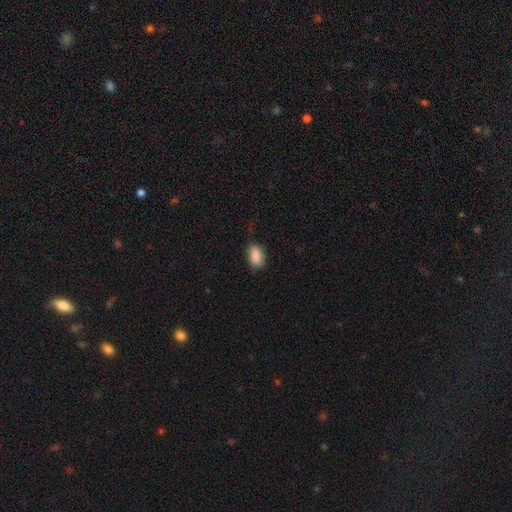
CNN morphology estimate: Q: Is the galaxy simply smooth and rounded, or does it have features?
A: smooth — 88%.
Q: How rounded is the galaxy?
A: in between — 90%.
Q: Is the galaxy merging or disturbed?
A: none — 80%.